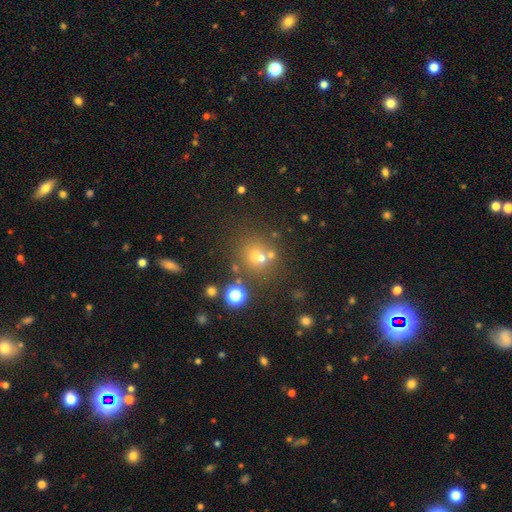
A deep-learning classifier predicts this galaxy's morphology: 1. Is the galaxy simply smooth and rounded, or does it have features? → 56% smooth, 27% star or artifact, 17% featured or disk.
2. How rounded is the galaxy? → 80% round, 18% in between, 1% cigar-shaped.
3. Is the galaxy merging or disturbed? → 59% none, 26% merger, 10% minor disturbance, 5% major disturbance.